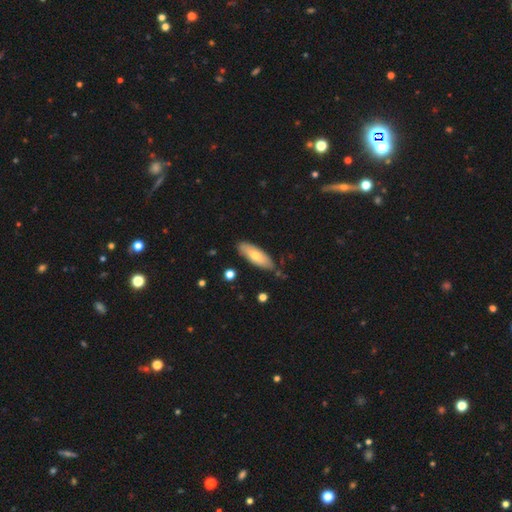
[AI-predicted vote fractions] A smooth galaxy with no disk features (71%) that is in between round and cigar-shaped (62%). Merging: none (81%).